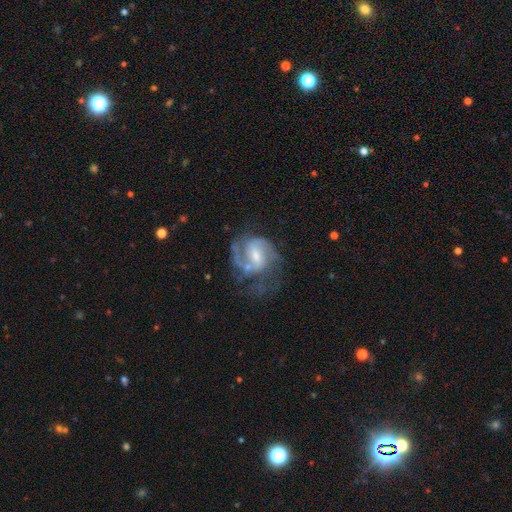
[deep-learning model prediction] Overall: featured or disk (86%). Edge-on disk: no (98%). Bar: weak (57%; no 23%). Spiral arms: yes (95%). Spiral arm count: 2 (74%). Spiral winding: medium (54%; tight 28%). Bulge size: moderate (44%, tied with small). Merging: none (52%; major disturbance 23%).